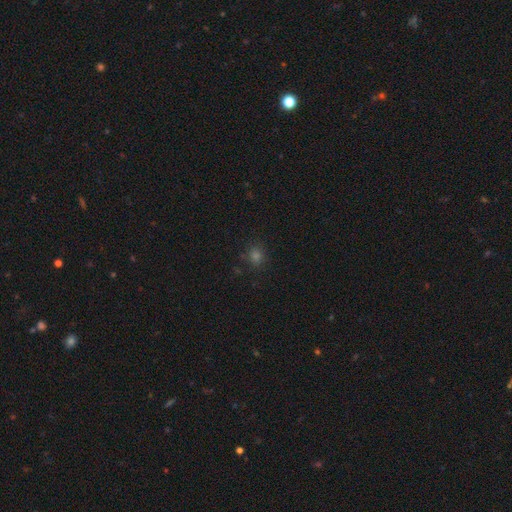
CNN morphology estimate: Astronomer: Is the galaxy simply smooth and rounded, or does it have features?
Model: smooth — 69%.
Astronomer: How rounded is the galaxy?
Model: round — 82%.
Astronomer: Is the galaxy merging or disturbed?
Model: none — 86%.